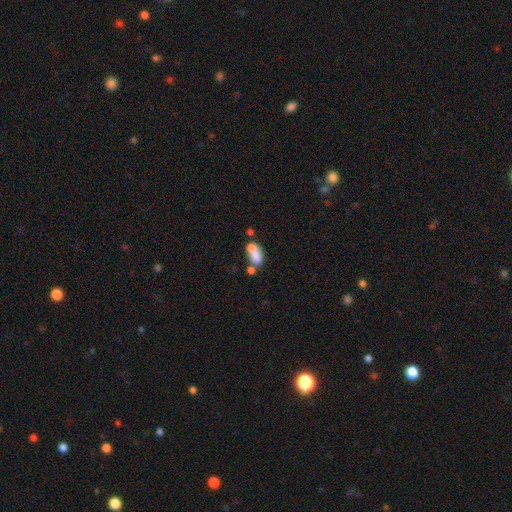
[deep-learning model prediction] smooth 65%, featured or disk 25%, star or artifact 10%. Down the decision tree: how rounded — in between (82%); merging — merger (54%).